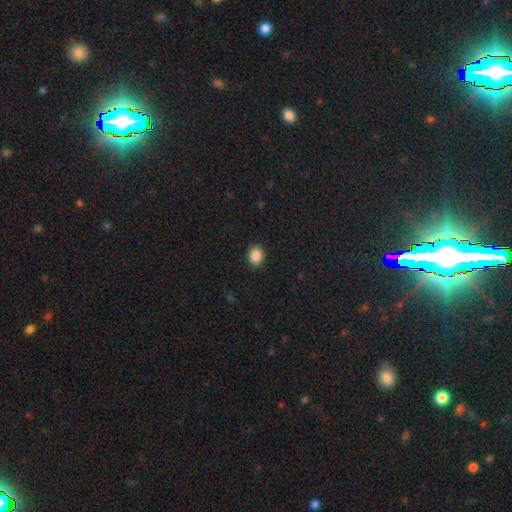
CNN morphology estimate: Q: Smooth or featured?
A: smooth (88%); runner-up: star or artifact (9%)
Q: How rounded?
A: round (59%); runner-up: in between (40%)
Q: Merging?
A: none (90%); runner-up: minor disturbance (7%)